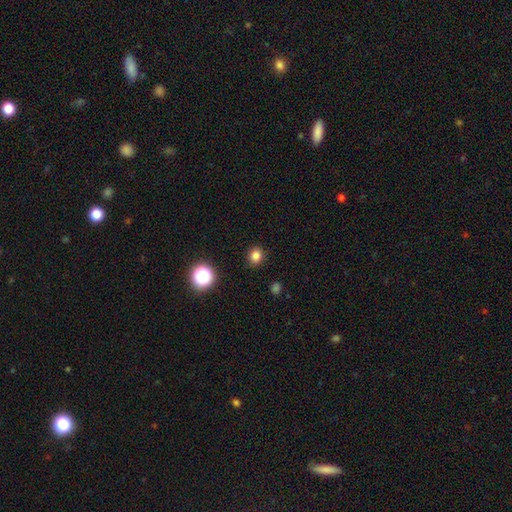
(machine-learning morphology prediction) type=smooth (81%); roundness=round (72%); merging=none (89%).